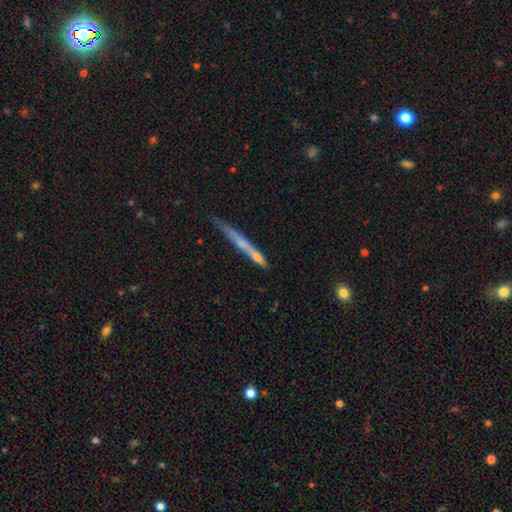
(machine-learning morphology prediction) The model was most divided on "smooth or featured": smooth: 56%, featured or disk: 35%, star or artifact: 8%. More confident: how rounded — cigar-shaped (90%); merging — none (51%).